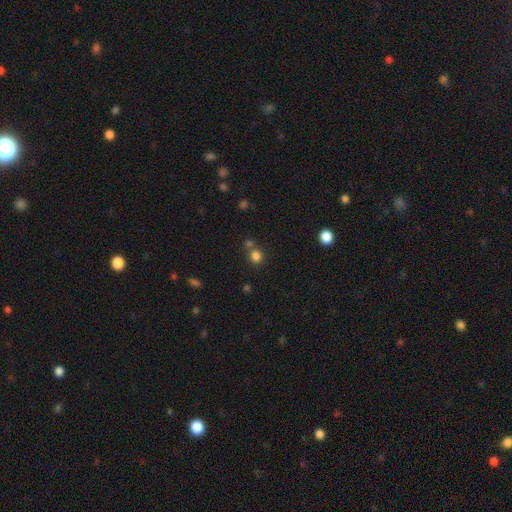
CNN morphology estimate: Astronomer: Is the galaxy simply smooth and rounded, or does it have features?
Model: smooth — 79%.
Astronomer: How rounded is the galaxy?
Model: round — 83%.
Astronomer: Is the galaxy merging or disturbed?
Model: none — 63%.